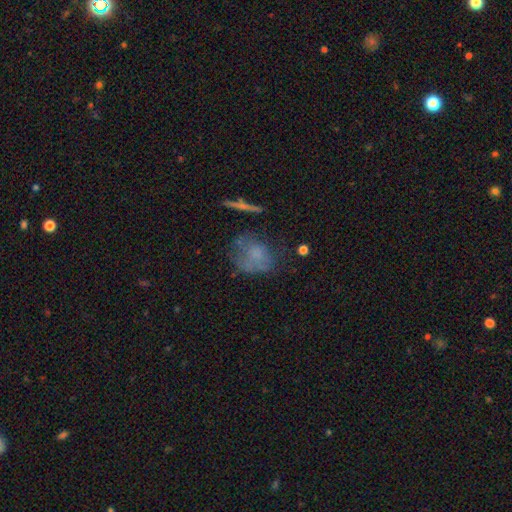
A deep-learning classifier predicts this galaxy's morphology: Overall: smooth (57%; featured or disk 29%). How rounded: round (57%; in between 41%). Merging: none (43%; minor disturbance 26%).